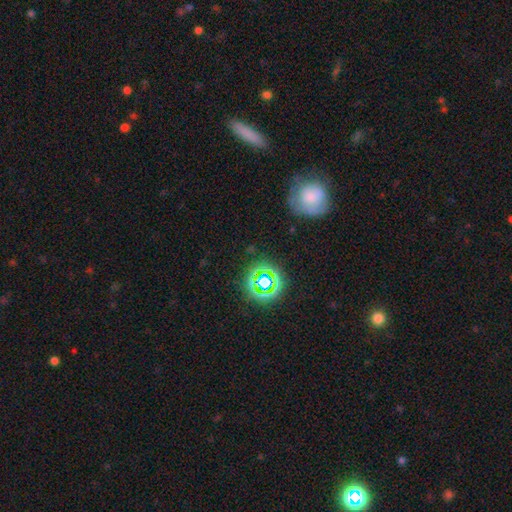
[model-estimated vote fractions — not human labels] Smooth or featured? Predicted: star or artifact (p=0.62).